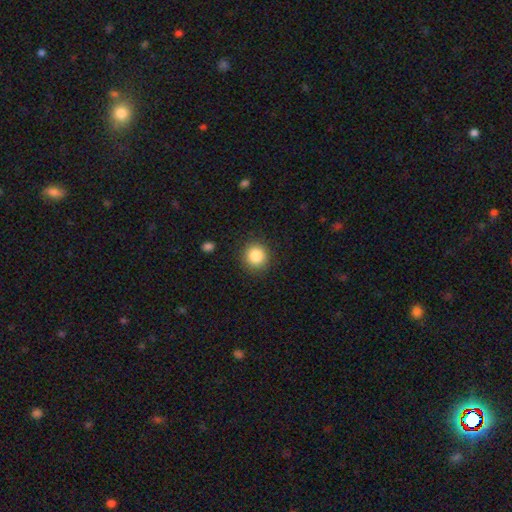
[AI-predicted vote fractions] This appears to be a smooth galaxy with no disk features (86%) that is round (91%). Merging: none (89%).